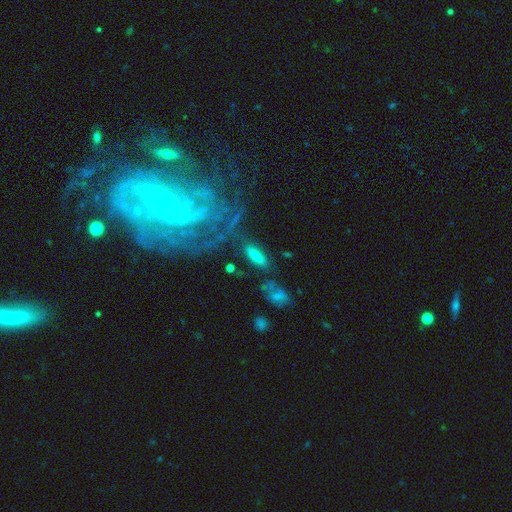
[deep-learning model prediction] Overall: smooth (69%). How rounded: in between (57%; cigar-shaped 40%). Merging: none (70%).